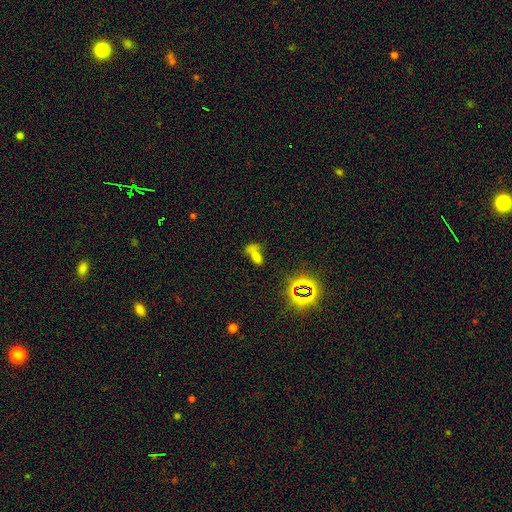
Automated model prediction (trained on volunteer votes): This appears to be a smooth galaxy with no disk features (55%) that is in between round and cigar-shaped (77%). Merging: merger (41%).